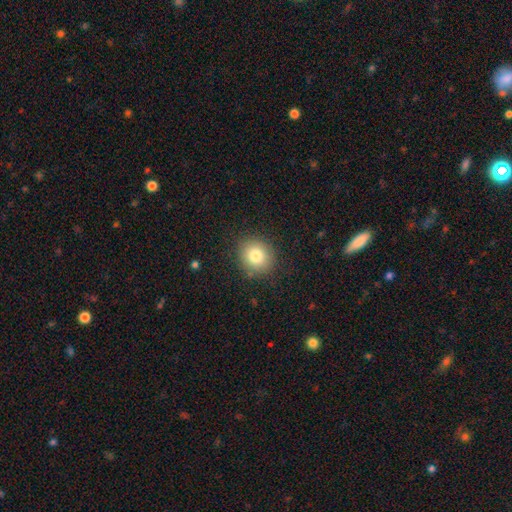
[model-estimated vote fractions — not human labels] This appears to be a smooth galaxy with no disk features (81%) that is round (79%). Merging: none (87%).